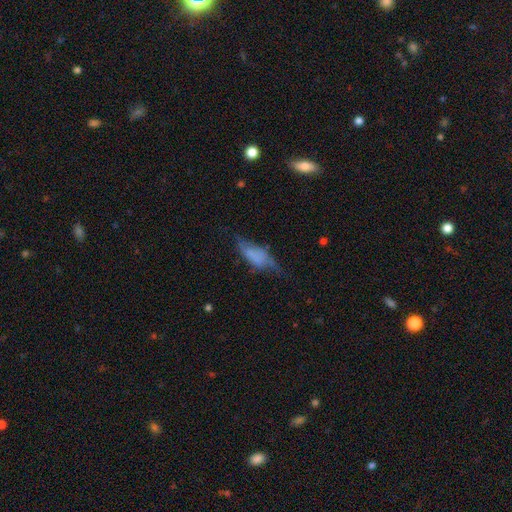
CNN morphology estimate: smooth-or-featured: smooth: 56% | featured or disk: 34% | star or artifact: 10%
  how-rounded: in between: 73% | cigar-shaped: 23% | round: 4%
  merging: none: 36% | minor disturbance: 33% | major disturbance: 27% | merger: 4%